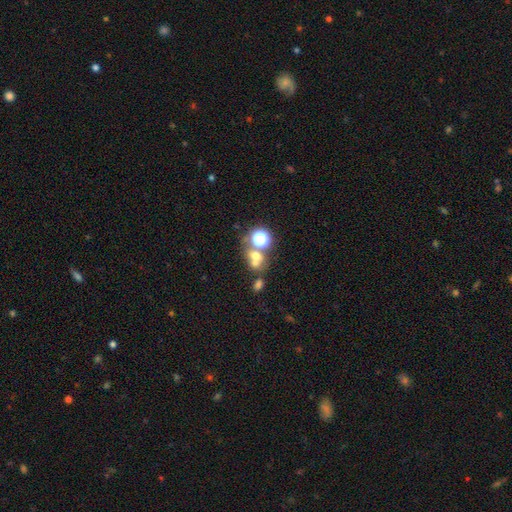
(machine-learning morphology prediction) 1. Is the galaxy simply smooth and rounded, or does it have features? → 56% smooth, 27% star or artifact, 17% featured or disk.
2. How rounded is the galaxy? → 62% round, 36% in between, 1% cigar-shaped.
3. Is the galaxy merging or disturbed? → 47% merger, 38% none, 8% minor disturbance, 6% major disturbance.